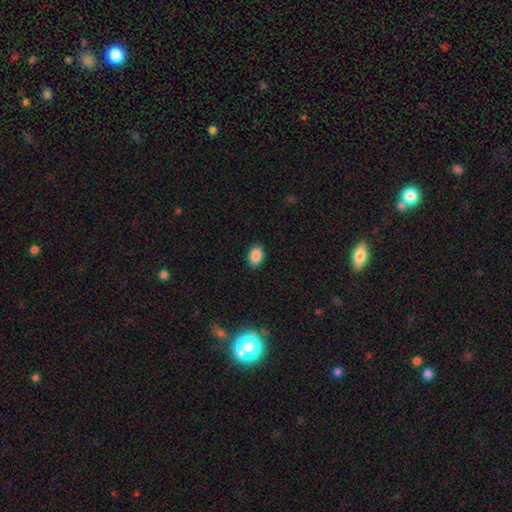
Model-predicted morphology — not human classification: smooth 89%, star or artifact 8%, featured or disk 3%. Down the decision tree: how rounded — in between (81%); merging — none (88%).